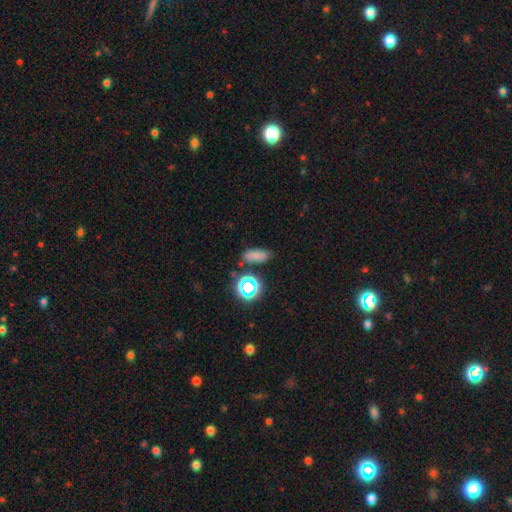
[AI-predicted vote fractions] Morphology: type=smooth (72%); roundness=in between (74%); merging=none (75%).